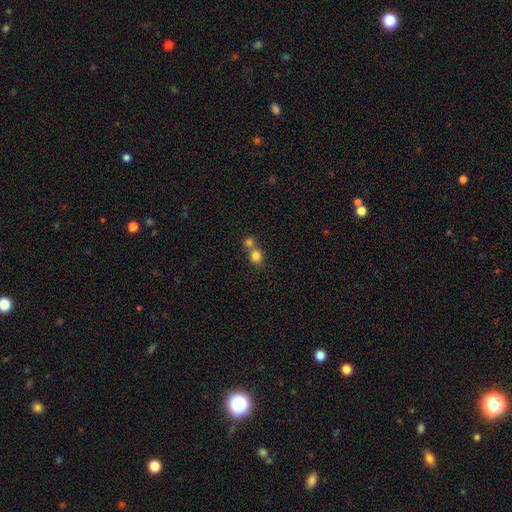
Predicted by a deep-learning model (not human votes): Smooth or featured? Predicted: smooth (p=0.81). How rounded? Predicted: round (p=0.80). Merging? Predicted: merger (p=0.51).